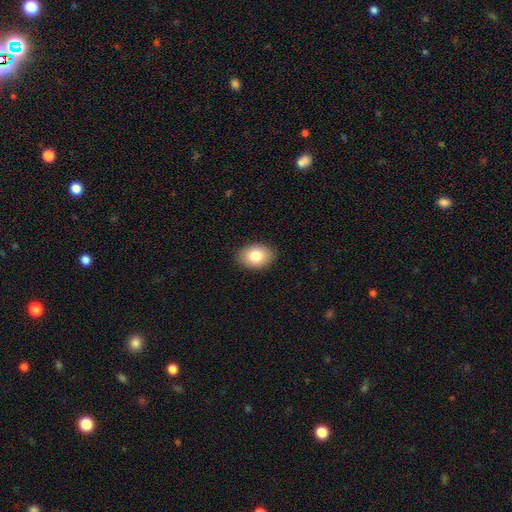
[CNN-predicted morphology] This is clearly a smooth galaxy (82%). How rounded: likely in between (78%). Merging: clearly none (89%).